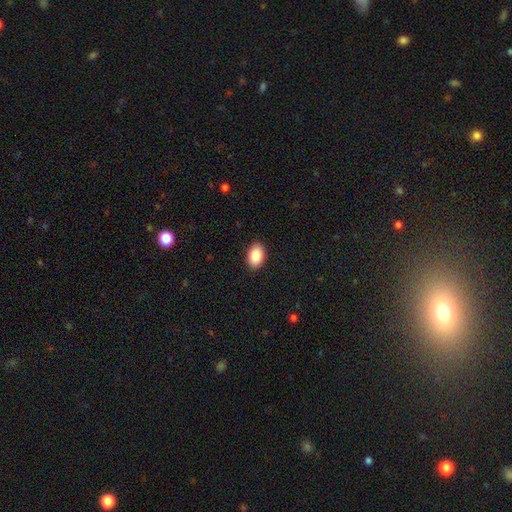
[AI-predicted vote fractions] Smooth or featured? smooth (90%)
How rounded? in between (90%)
Merging? none (90%)